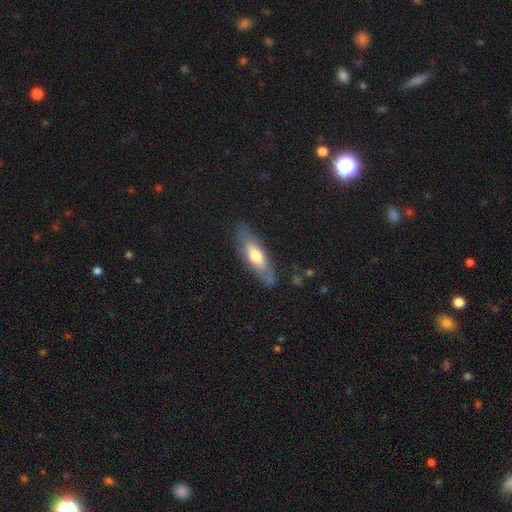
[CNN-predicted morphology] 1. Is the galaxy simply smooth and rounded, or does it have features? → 60% smooth, 35% featured or disk, 6% star or artifact.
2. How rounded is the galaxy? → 54% in between, 44% cigar-shaped, 2% round.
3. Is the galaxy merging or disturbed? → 79% none, 15% minor disturbance, 4% major disturbance, 2% merger.